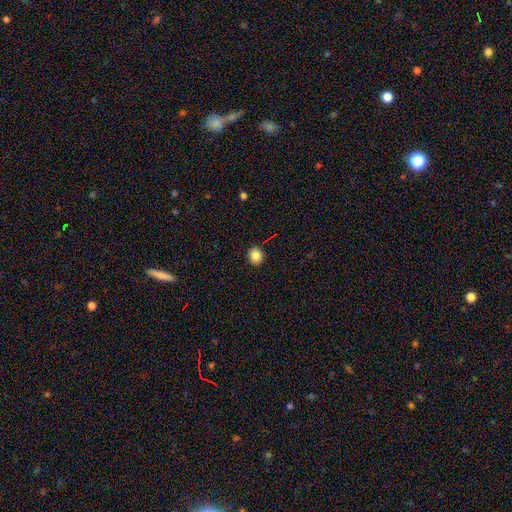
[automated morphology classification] smooth-or-featured: smooth: 84% | star or artifact: 10% | featured or disk: 6%
  how-rounded: round: 75% | in between: 24% | cigar-shaped: 1%
  merging: none: 91% | minor disturbance: 6% | major disturbance: 2% | merger: 1%